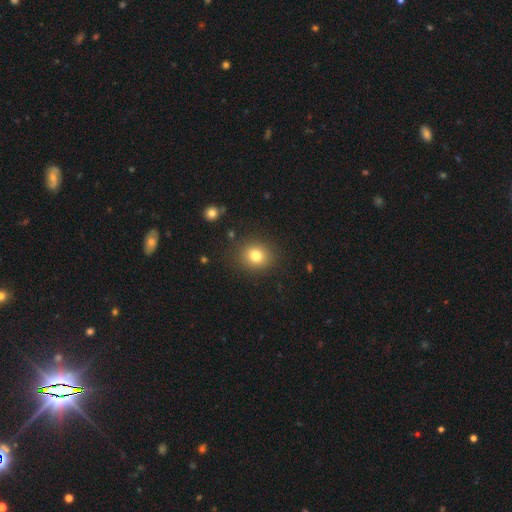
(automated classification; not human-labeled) smooth 79%, star or artifact 13%, featured or disk 9%. Down the decision tree: how rounded — round (77%); merging — none (88%).